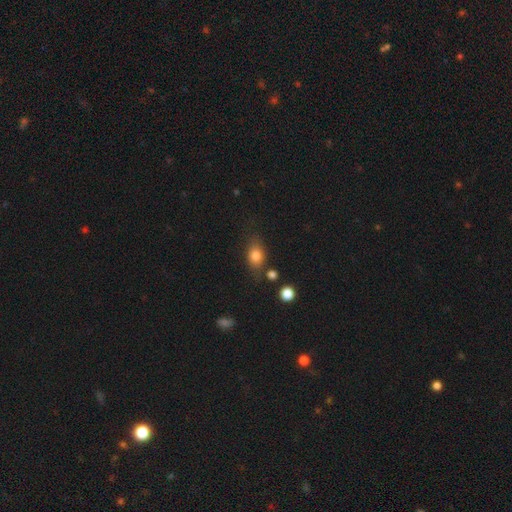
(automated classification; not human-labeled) Smooth or featured? Predicted: smooth (p=0.79). How rounded? Predicted: in between (p=0.70). Merging? Predicted: none (p=0.69).